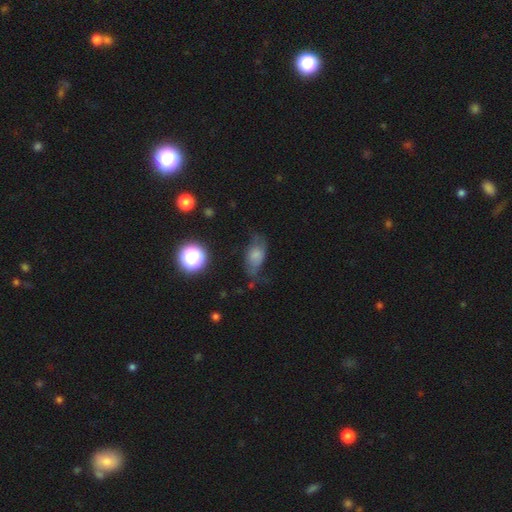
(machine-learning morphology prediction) This appears to be a smooth galaxy with no disk features (63%) that is in between round and cigar-shaped (84%). Merging: none (44%).